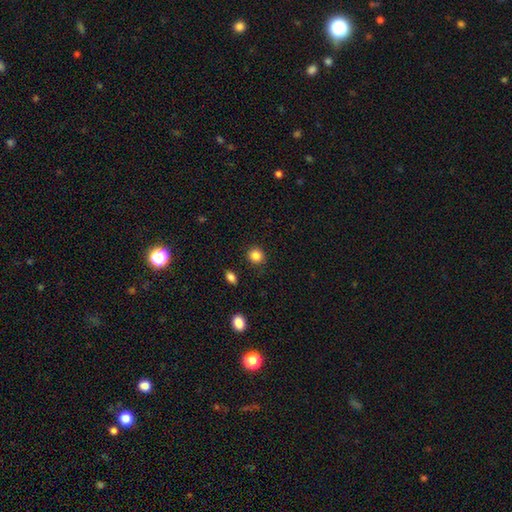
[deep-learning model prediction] Smooth or featured: smooth — 86% (star or artifact — 10%)
How rounded: round — 87% (in between — 12%)
Merging: none — 89% (minor disturbance — 7%)